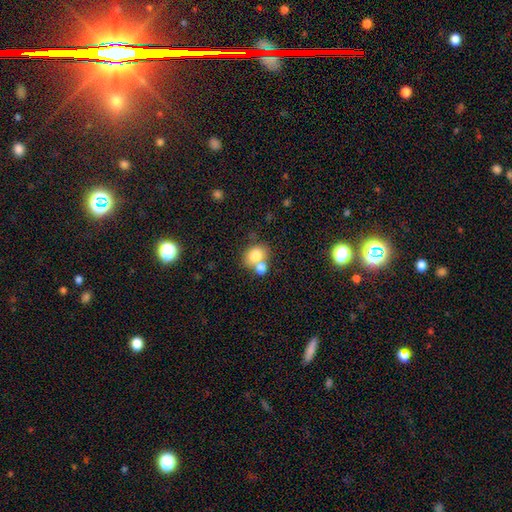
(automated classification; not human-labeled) Smooth or featured? Predicted: smooth (p=0.78). How rounded? Predicted: round (p=0.61). Merging? Predicted: merger (p=0.44).